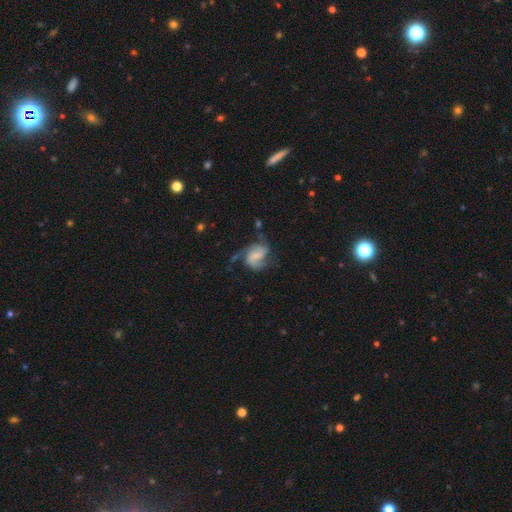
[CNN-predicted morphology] Smooth or featured? featured or disk (77%)
Edge-on disk? no (98%)
Bar? weak (44%)
Spiral arms? yes (94%)
Spiral winding? medium (50%)
Spiral arm count? 2 (64%)
Bulge size? small (46%)
Merging? none (52%)